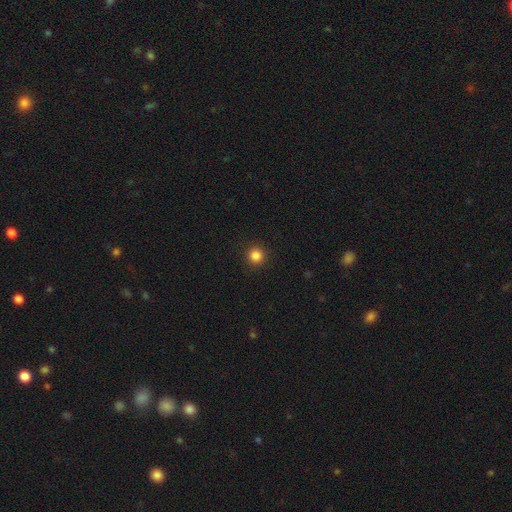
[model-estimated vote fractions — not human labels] Smooth or featured: smooth — 85% (star or artifact — 12%)
How rounded: round — 95% (in between — 4%)
Merging: none — 92% (minor disturbance — 5%)